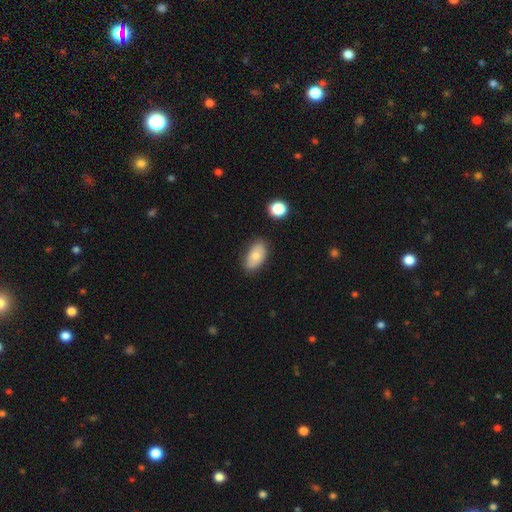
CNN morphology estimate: type=smooth (73%); roundness=in between (92%); merging=none (77%).